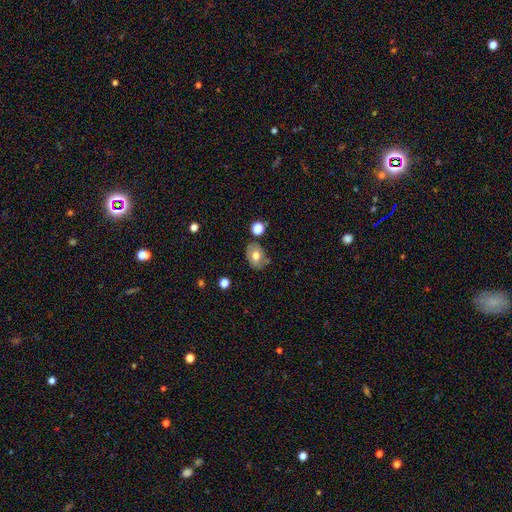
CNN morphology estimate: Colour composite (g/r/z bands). It shows a smooth galaxy with no disk features (67%) that is in between round and cigar-shaped (69%). Merging: none (73%).